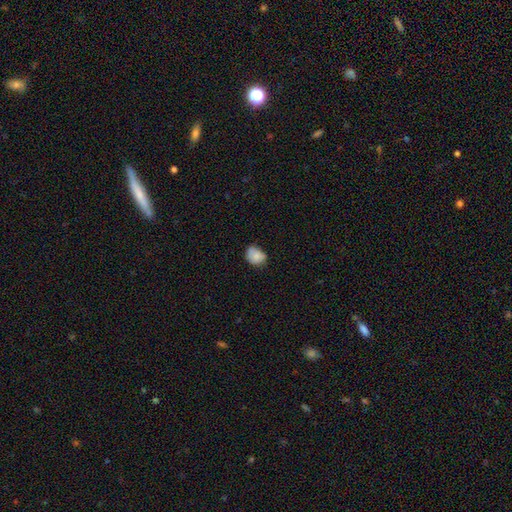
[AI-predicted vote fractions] Smooth or featured? Predicted: smooth (p=0.79). How rounded? Predicted: round (p=0.50). Merging? Predicted: none (p=0.56).